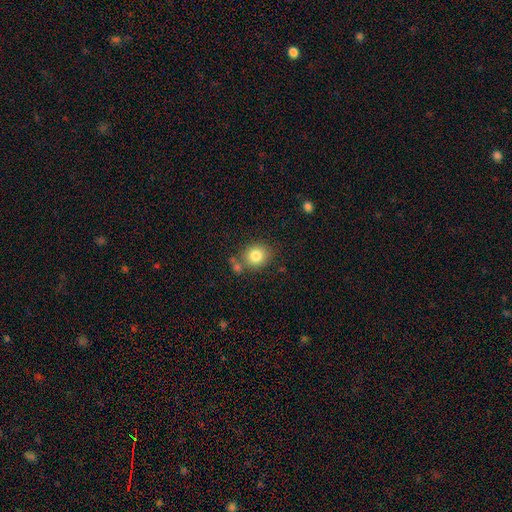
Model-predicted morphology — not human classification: Q: Smooth or featured?
A: smooth (81%); runner-up: star or artifact (10%)
Q: How rounded?
A: round (79%); runner-up: in between (20%)
Q: Merging?
A: none (71%); runner-up: merger (13%)